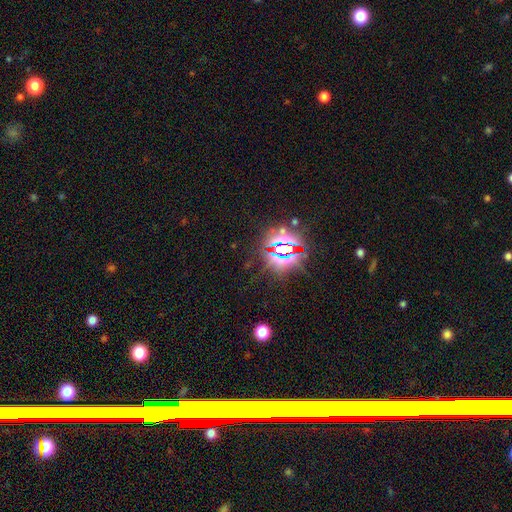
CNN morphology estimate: Overall: star or artifact (69%).